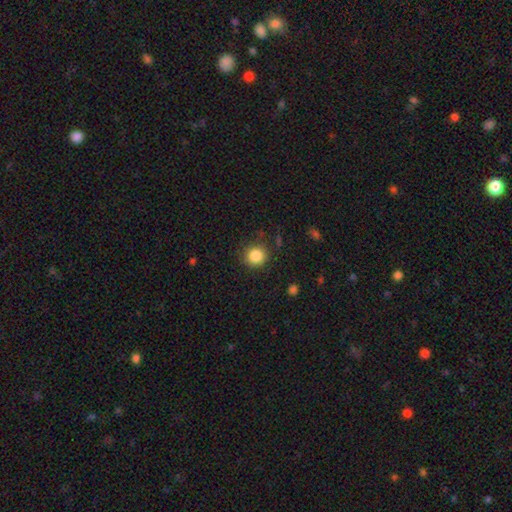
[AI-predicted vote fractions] smooth_or_featured: smooth (p=0.85) [alt: star or artifact p=0.10]
how_rounded: round (p=0.92) [alt: in between p=0.07]
merging: none (p=0.87) [alt: minor disturbance p=0.08]